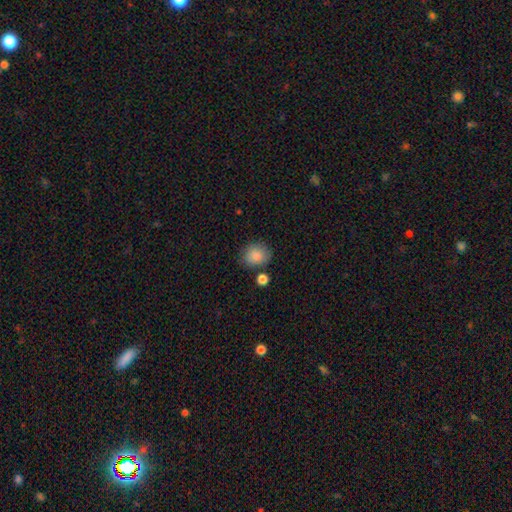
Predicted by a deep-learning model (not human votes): Smooth or featured: smooth — 87% (star or artifact — 8%)
How rounded: round — 56% (in between — 43%)
Merging: none — 75% (minor disturbance — 14%)